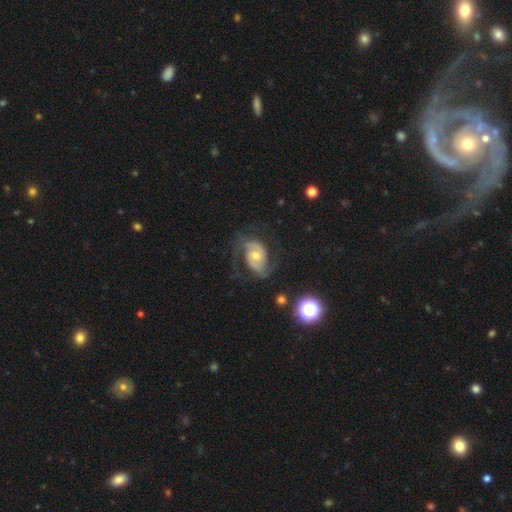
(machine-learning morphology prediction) type=featured or disk (80%); edge-on=no (97%); bar=no (55%); spiral arms=yes (92%); winding=medium (45%); arm count=2 (80%); bulge=moderate (69%); merging=none (60%).